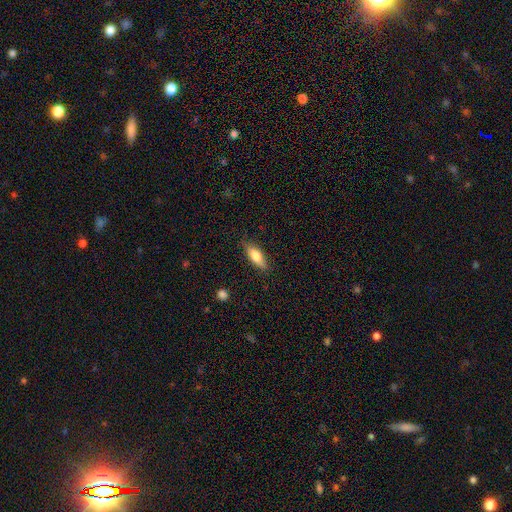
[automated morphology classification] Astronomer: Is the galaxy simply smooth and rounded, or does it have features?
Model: smooth — 74%.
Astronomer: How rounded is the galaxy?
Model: in between — 69%.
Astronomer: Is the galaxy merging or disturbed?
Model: none — 83%.